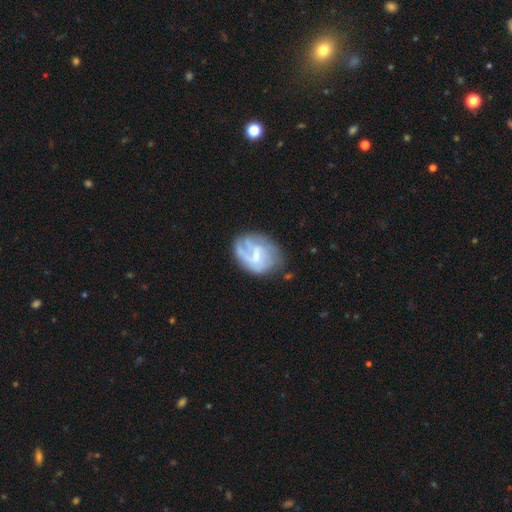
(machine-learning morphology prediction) A featured or disk galaxy (66%) with a weak bar (51%), spiral arms (74%) and a small central bulge (53%). Merging: none (53%).